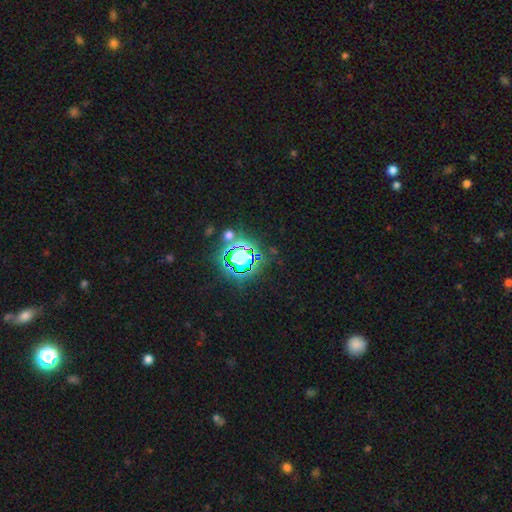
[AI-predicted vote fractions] A star or artifact, not a galaxy (81%).